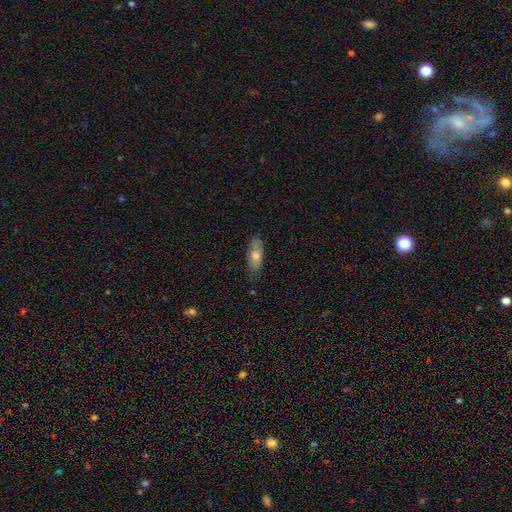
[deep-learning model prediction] Smooth or featured? Predicted: smooth (p=0.64). How rounded? Predicted: in between (p=0.63). Merging? Predicted: none (p=0.79).